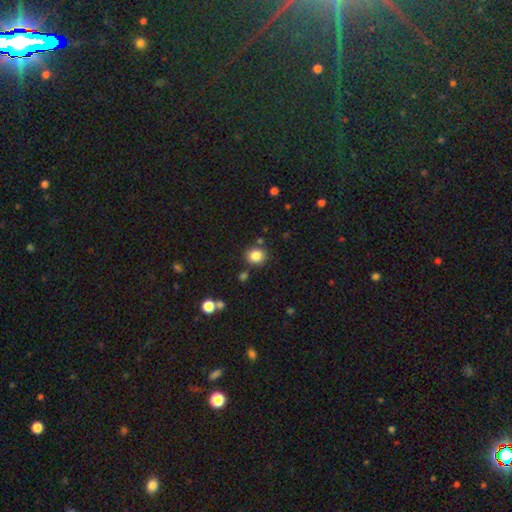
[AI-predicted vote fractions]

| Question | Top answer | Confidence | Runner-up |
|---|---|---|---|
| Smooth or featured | smooth | 85% | star or artifact (10%) |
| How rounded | round | 81% | in between (18%) |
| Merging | none | 83% | minor disturbance (9%) |